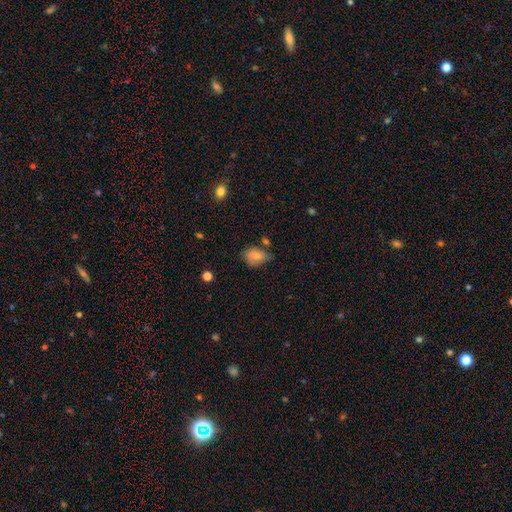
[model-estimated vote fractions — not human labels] Smooth or featured? smooth (79%)
How rounded? in between (76%)
Merging? none (52%)